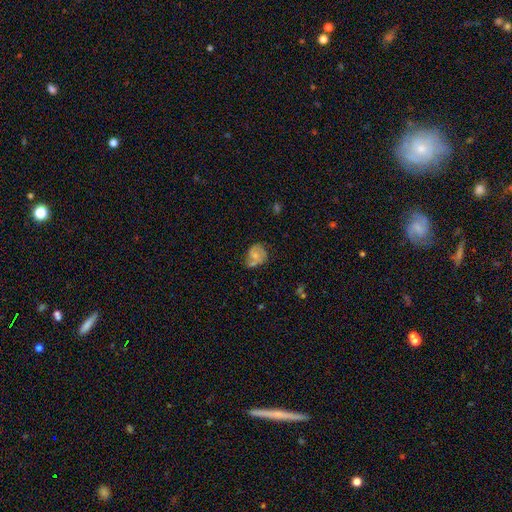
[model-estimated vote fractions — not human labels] smooth-or-featured: featured or disk: 49% | smooth: 42% | star or artifact: 9%
  merging: none: 45% | minor disturbance: 30% | major disturbance: 14% | merger: 12%